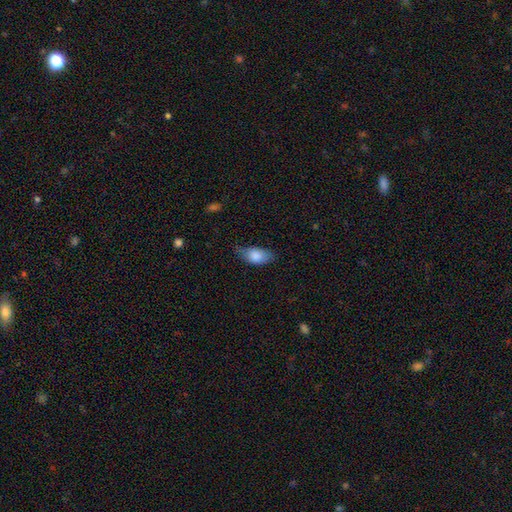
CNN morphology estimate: This appears to be a smooth galaxy with no disk features (83%) that is in between round and cigar-shaped (91%). Merging: none (59%).